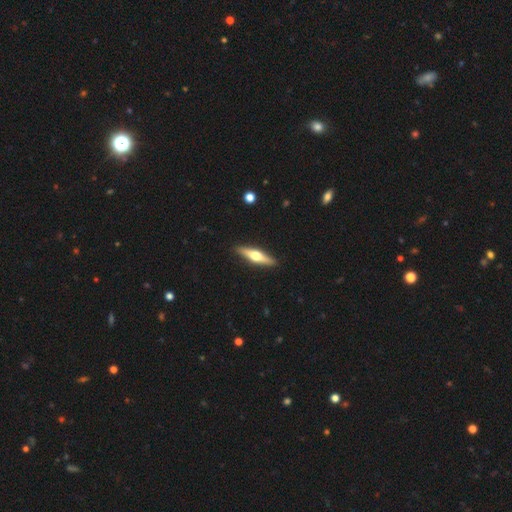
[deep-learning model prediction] A featured or disk galaxy (63%) viewed edge-on (96%) with a rounded central bulge (95%).

Vote fractions:
- Smooth or featured? featured or disk: 63% / smooth: 32% / star or artifact: 5%
- Edge-on disk? yes: 96% / no: 4%
- Edge-on bulge? rounded: 95% / boxy: 3% / none: 2%
- Merging? none: 91% / minor disturbance: 6% / major disturbance: 1% / merger: 1%